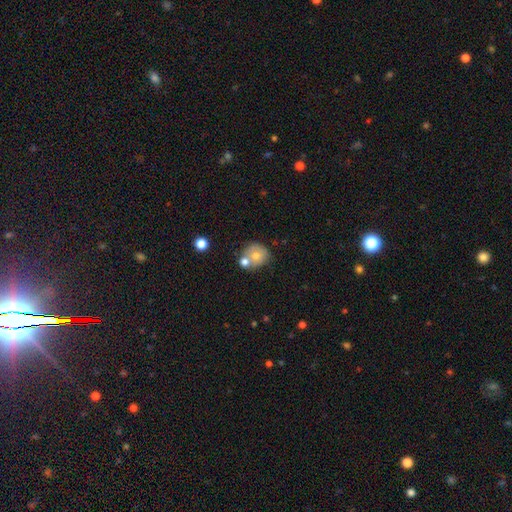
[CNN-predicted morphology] The model was most divided on "merging": none: 45%, merger: 37%, minor disturbance: 14%, major disturbance: 5%. More confident: how rounded — round (79%); smooth or featured — smooth (67%).